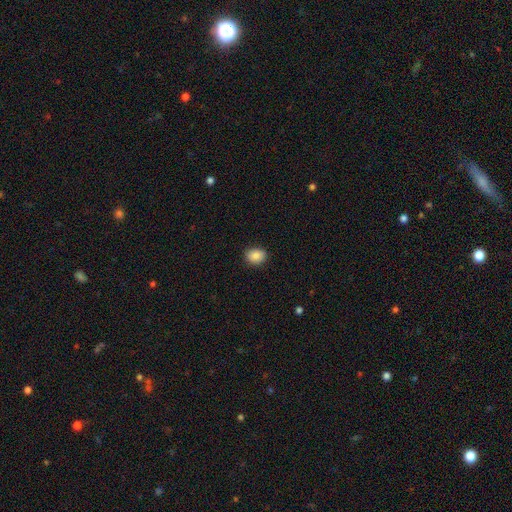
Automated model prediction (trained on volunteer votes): This is clearly a smooth galaxy (87%). How rounded: possibly in between (56%). Merging: clearly none (87%).